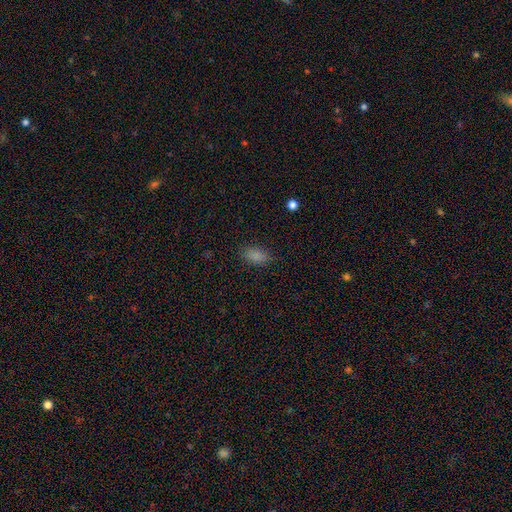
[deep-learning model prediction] A smooth galaxy with no disk features (80%) that is in between round and cigar-shaped (87%). Merging: none (84%).